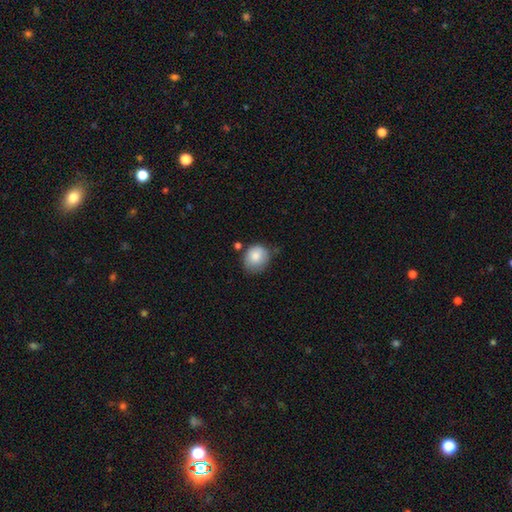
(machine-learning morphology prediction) A smooth galaxy with no disk features (84%) that is round (71%). Merging: none (57%).